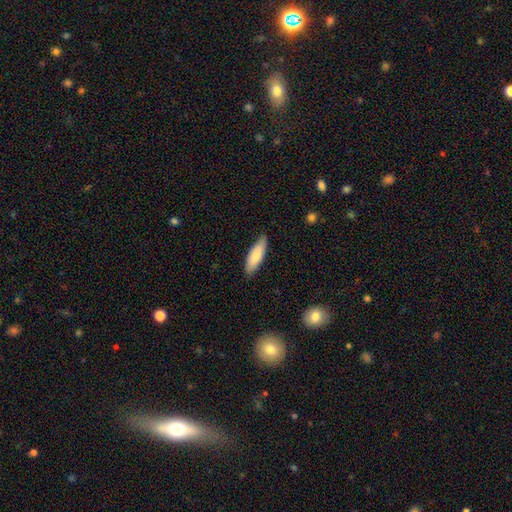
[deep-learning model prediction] Q: Smooth or featured?
A: smooth (80%); runner-up: featured or disk (14%)
Q: How rounded?
A: in between (51%); runner-up: cigar-shaped (48%)
Q: Merging?
A: none (86%); runner-up: minor disturbance (11%)